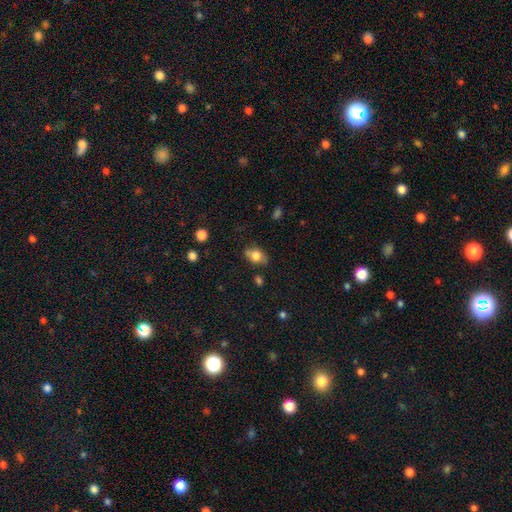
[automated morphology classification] Smooth or featured? Predicted: smooth (p=0.72). How rounded? Predicted: in between (p=0.80). Merging? Predicted: none (p=0.72).